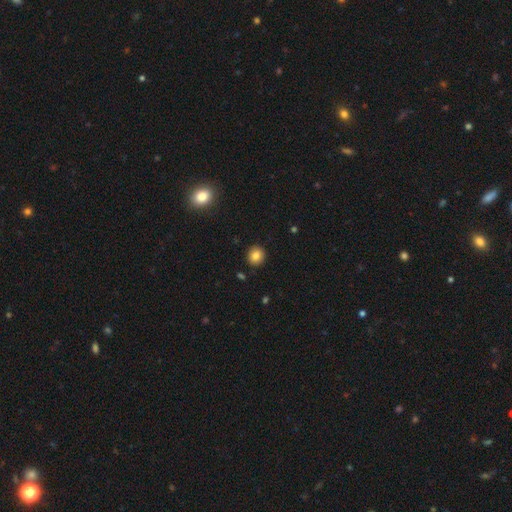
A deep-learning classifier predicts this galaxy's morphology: Smooth or featured: smooth — 83% (star or artifact — 10%)
How rounded: round — 87% (in between — 12%)
Merging: none — 91% (minor disturbance — 6%)